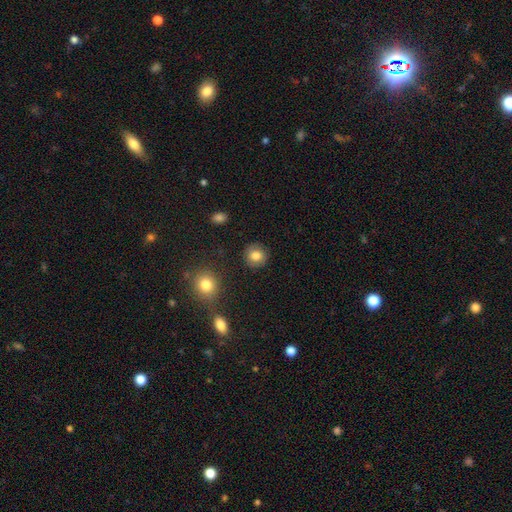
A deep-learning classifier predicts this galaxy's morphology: Smooth or featured? smooth (83%)
How rounded? round (89%)
Merging? none (88%)